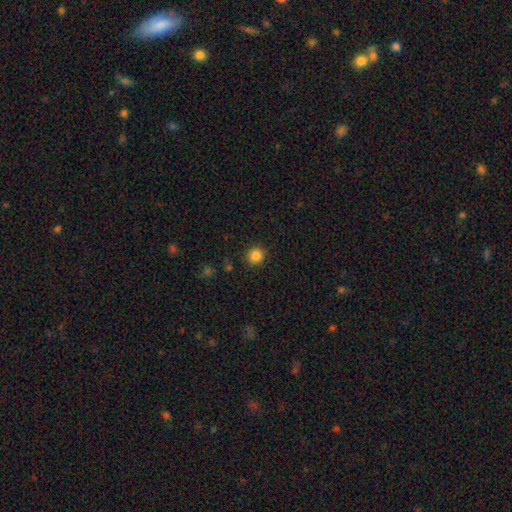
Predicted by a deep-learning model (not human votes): This appears to be a smooth galaxy with no disk features (86%) that is round (93%). Merging: none (91%).